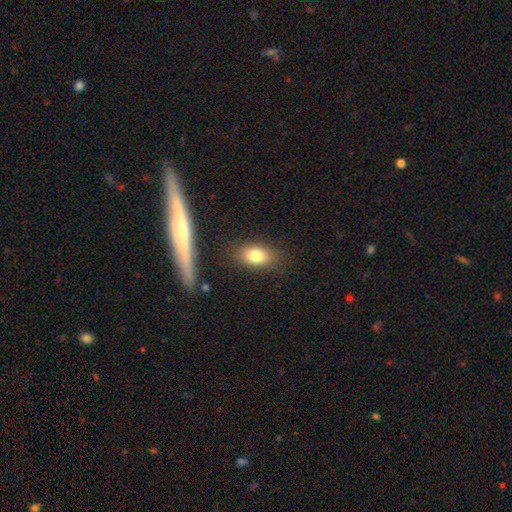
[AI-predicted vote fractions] Q: Smooth or featured?
A: smooth (79%); runner-up: featured or disk (12%)
Q: How rounded?
A: in between (83%); runner-up: round (13%)
Q: Merging?
A: none (83%); runner-up: minor disturbance (11%)